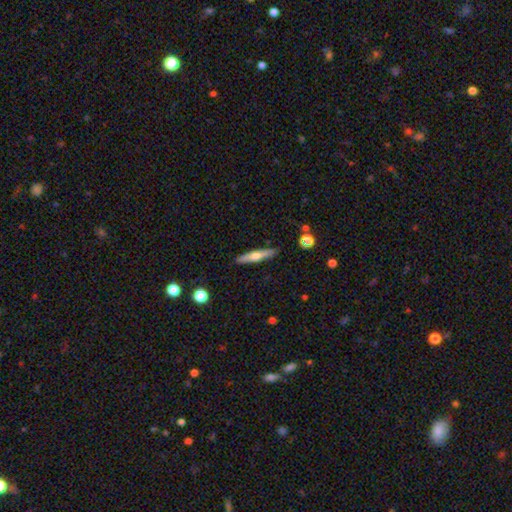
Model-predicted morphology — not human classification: This appears to be a smooth galaxy with no disk features (49%). Merging: none (89%).